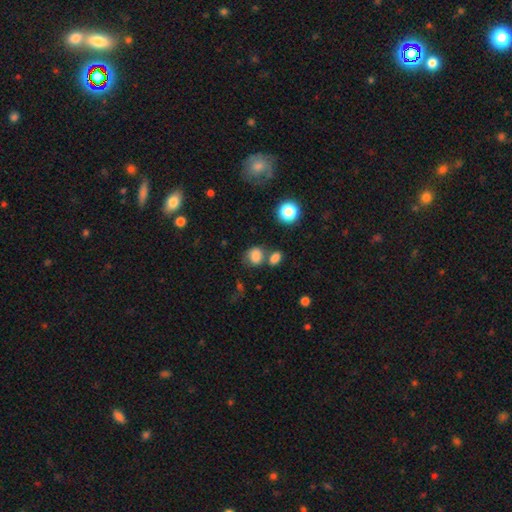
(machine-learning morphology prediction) This appears to be a smooth galaxy with no disk features (82%) that is round (60%). Merging: none (54%).